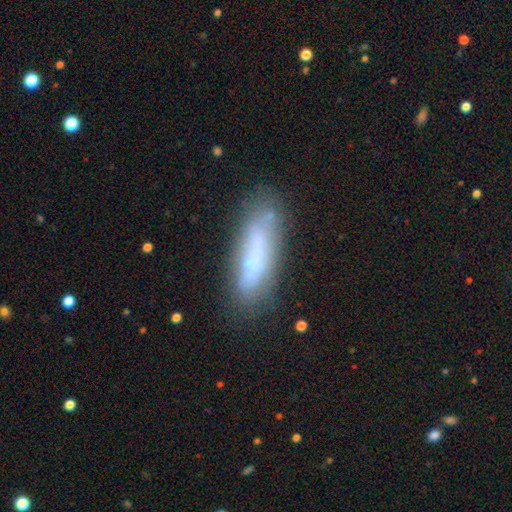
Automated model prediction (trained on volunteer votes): smooth_or_featured: smooth (p=0.56) [alt: featured or disk p=0.34]
how_rounded: cigar-shaped (p=0.60) [alt: in between p=0.38]
merging: none (p=0.69) [alt: minor disturbance p=0.19]